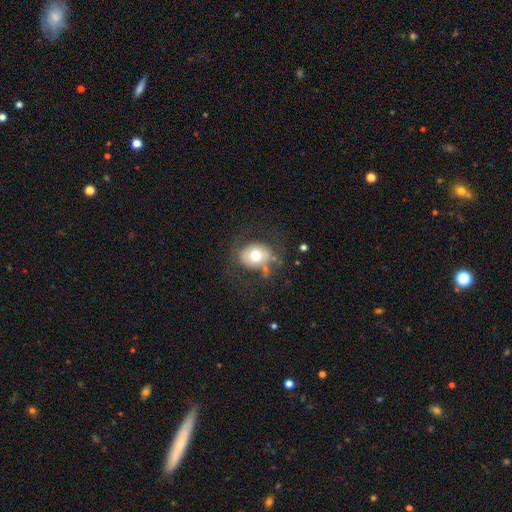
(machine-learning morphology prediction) Smooth or featured? Predicted: smooth (p=0.59). How rounded? Predicted: round (p=0.65). Merging? Predicted: none (p=0.61).